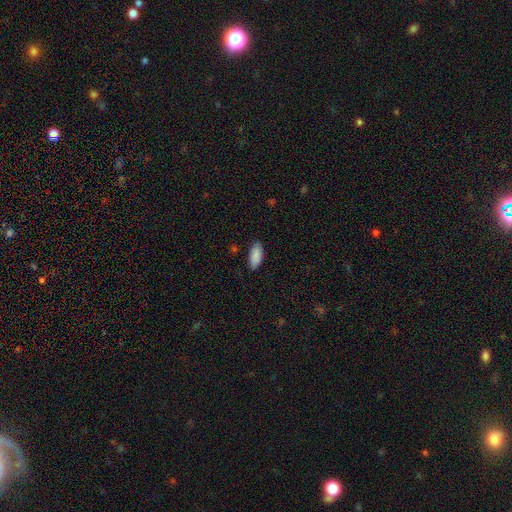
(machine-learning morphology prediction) Smooth or featured? smooth (90%)
How rounded? in between (86%)
Merging? none (85%)